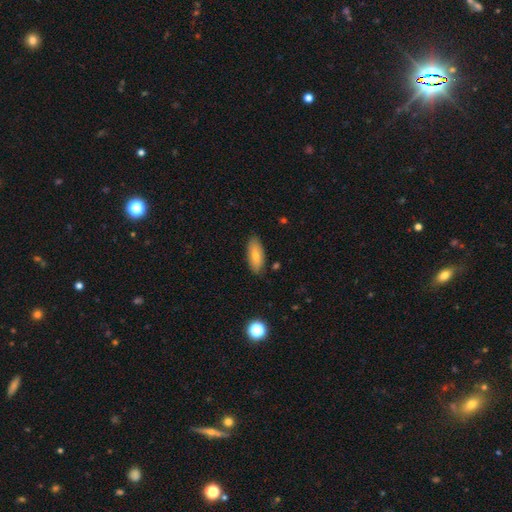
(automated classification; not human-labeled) Smooth or featured?
  - smooth: 73% *
  - featured or disk: 21%
  - star or artifact: 7%
How rounded?
  - in between: 83% *
  - cigar-shaped: 14%
  - round: 3%
Merging?
  - none: 83% *
  - minor disturbance: 13%
  - major disturbance: 2%
  - merger: 2%